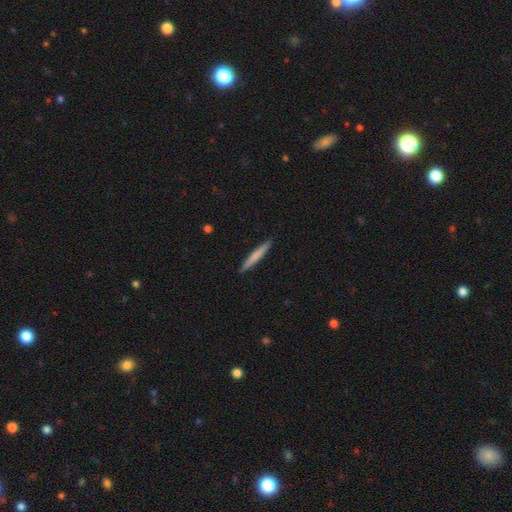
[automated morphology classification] Overall: smooth (68%). How rounded: cigar-shaped (96%). Merging: none (91%).